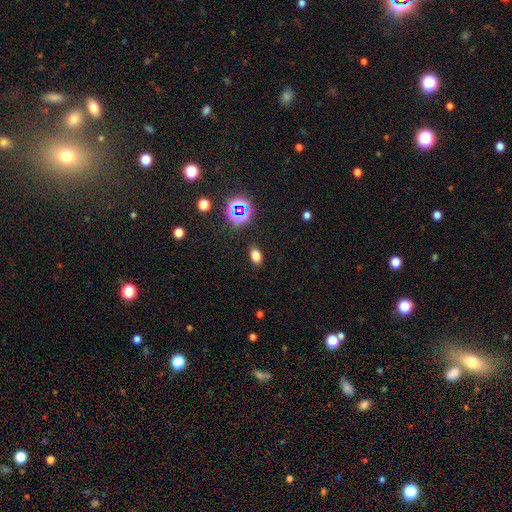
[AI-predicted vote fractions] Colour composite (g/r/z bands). It shows a smooth galaxy with no disk features (73%) that is in between round and cigar-shaped (84%). Merging: none (87%).